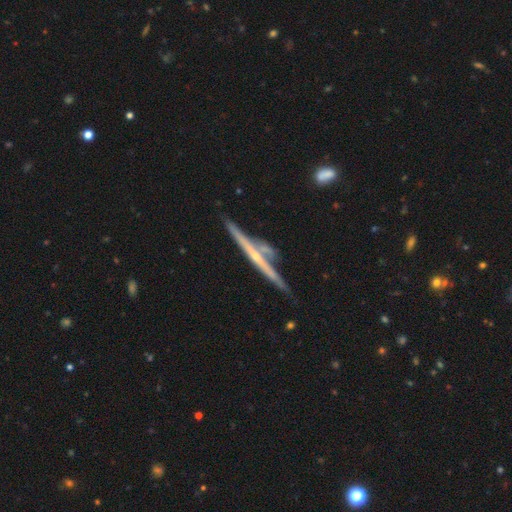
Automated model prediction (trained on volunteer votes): Q: Smooth or featured?
A: featured or disk (77%); runner-up: smooth (16%)
Q: Edge-on disk?
A: yes (96%); runner-up: no (4%)
Q: Edge-on bulge?
A: rounded (60%); runner-up: none (35%)
Q: Merging?
A: none (61%); runner-up: merger (21%)